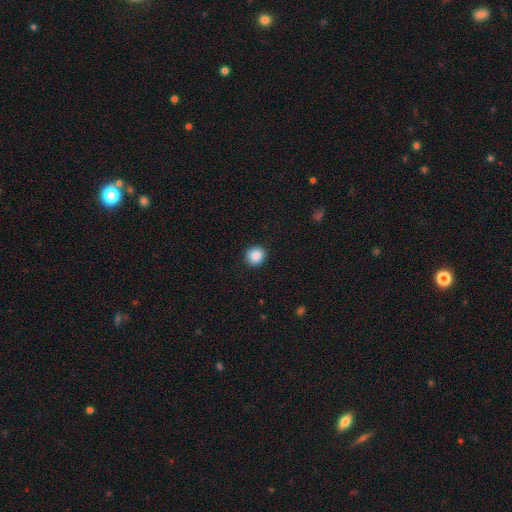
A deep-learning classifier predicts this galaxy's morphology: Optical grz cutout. It shows a smooth galaxy with no disk features (87%) that is round (91%). Merging: none (91%).